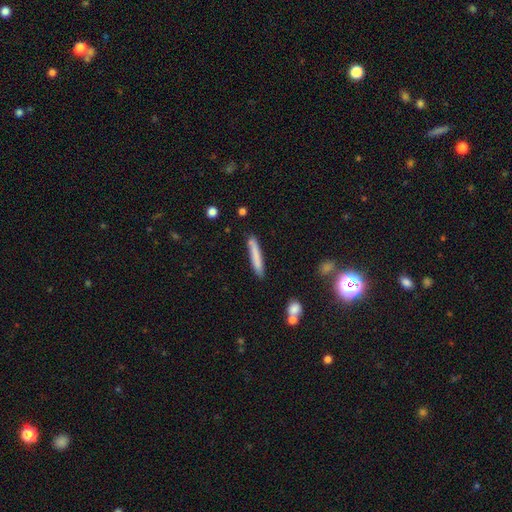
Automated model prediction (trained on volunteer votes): Smooth or featured? Predicted: smooth (p=0.74). How rounded? Predicted: cigar-shaped (p=0.94). Merging? Predicted: none (p=0.83).